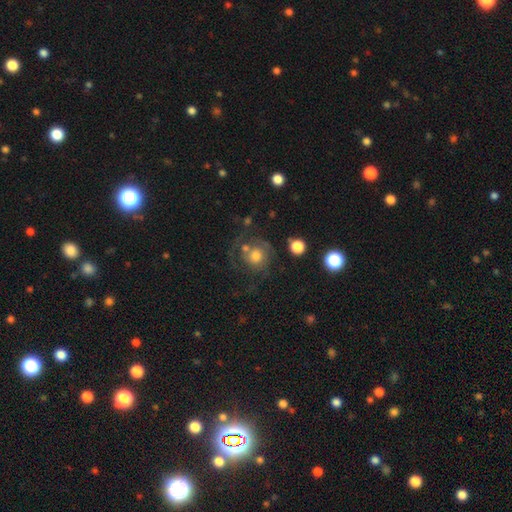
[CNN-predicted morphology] Smooth or featured: featured or disk — 52% (smooth — 38%)
Edge-on disk: no — 97% (yes — 3%)
Bar: no — 83% (weak — 14%)
Spiral arms: yes — 72% (no — 28%)
Bulge size: moderate — 53% (large — 26%)
Merging: none — 46% (major disturbance — 28%)